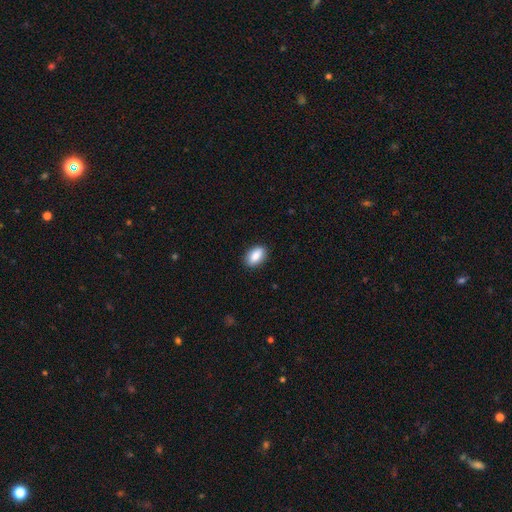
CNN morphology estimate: A smooth galaxy with no disk features (88%) that is in between round and cigar-shaped (91%). Merging: none (89%).